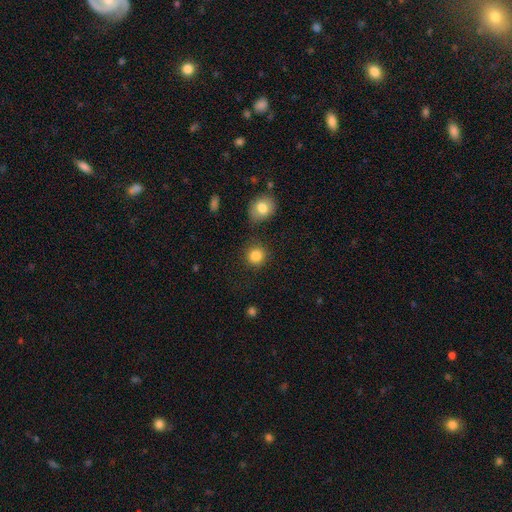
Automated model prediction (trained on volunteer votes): Smooth or featured? smooth (85%)
How rounded? round (91%)
Merging? none (83%)